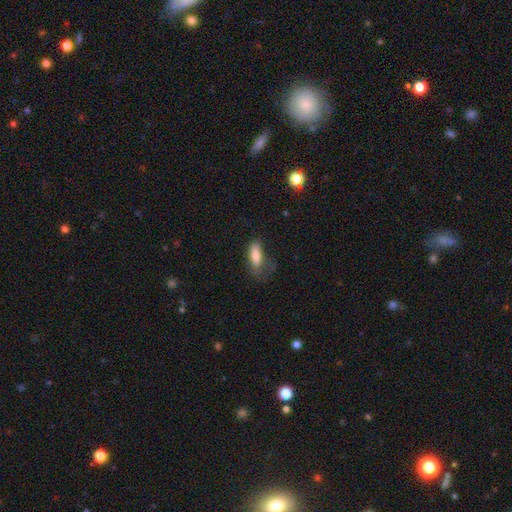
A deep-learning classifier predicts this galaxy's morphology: type=smooth (78%); roundness=in between (72%); merging=none (36%).